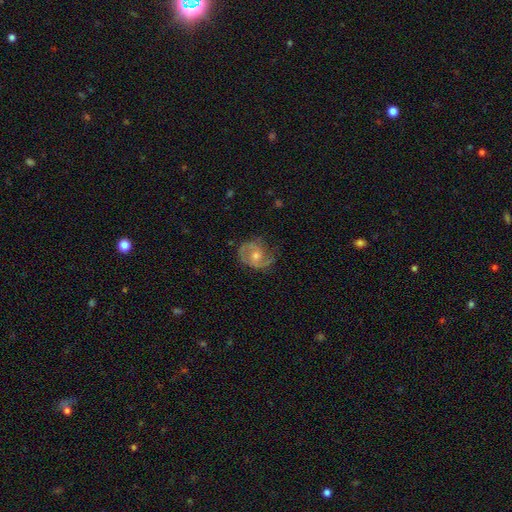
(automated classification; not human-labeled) smooth-or-featured: featured or disk: 78% | smooth: 14% | star or artifact: 7%
  disk-edge-on: no: 97% | yes: 3%
    bar: no: 61% | weak: 31% | strong: 7%
    has-spiral-arms: yes: 91% | no: 9%
      spiral-winding: medium: 46% | tight: 38% | loose: 16%
      spiral-arm-count: 2: 70% | can't tell: 13% | 3: 7% | 1: 7% | 4: 2% | more than 4: 2%
    bulge-size: moderate: 58% | small: 37% | large: 3% | none: 2% | dominant: 1%
  merging: none: 68% | minor disturbance: 21% | major disturbance: 10% | merger: 1%